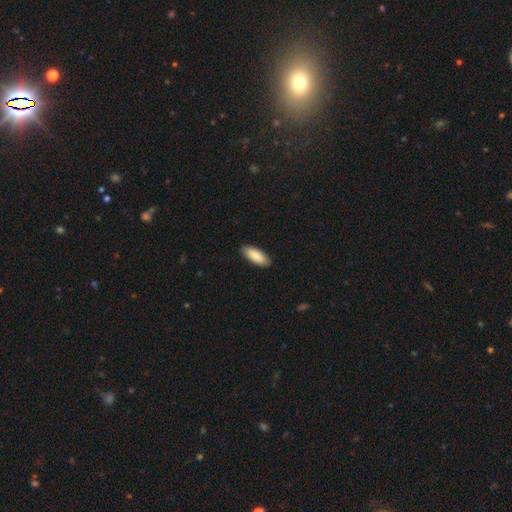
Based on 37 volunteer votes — Smooth or featured? smooth (70%)
How rounded? in between (73%)
Merging? none (77%)